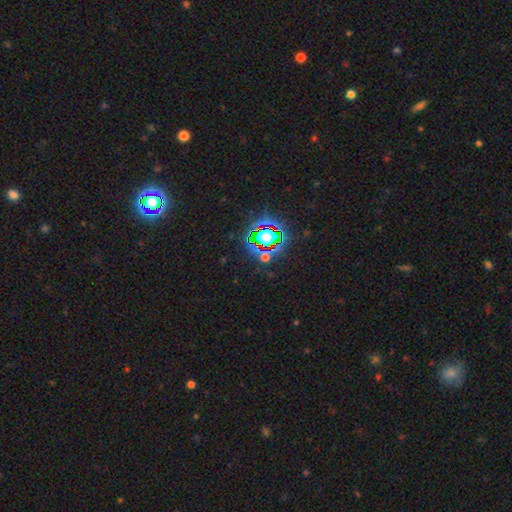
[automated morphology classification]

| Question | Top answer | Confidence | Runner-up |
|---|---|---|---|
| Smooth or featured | star or artifact | 82% | smooth (11%) |